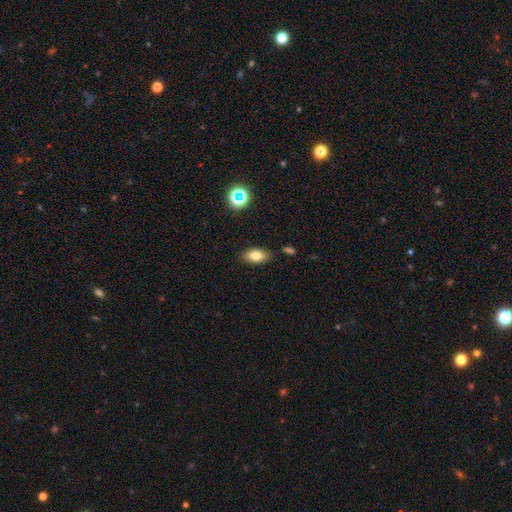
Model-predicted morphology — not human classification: Smooth or featured: smooth — 78% (featured or disk — 11%)
How rounded: in between — 89% (round — 6%)
Merging: none — 84% (minor disturbance — 11%)